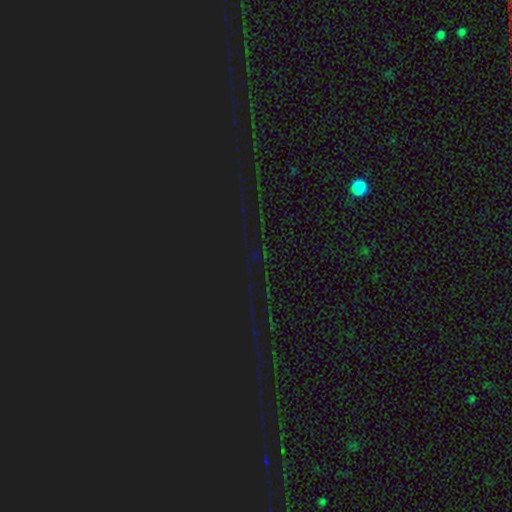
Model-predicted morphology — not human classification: Smooth or featured? star or artifact (83%)